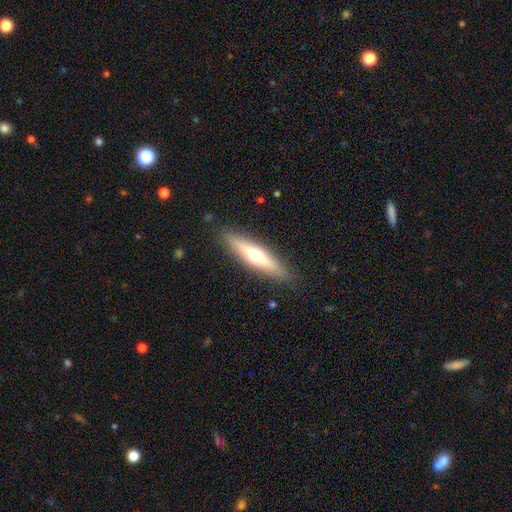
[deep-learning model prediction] This appears to be a featured or disk galaxy (50%) viewed edge-on (91%). Merging: none (88%).